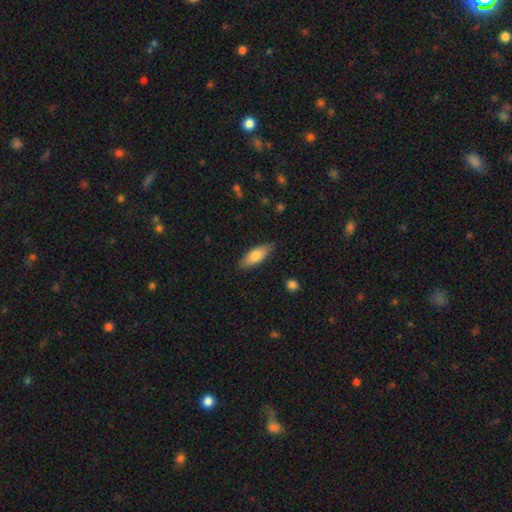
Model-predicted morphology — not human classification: Q: Smooth or featured?
A: smooth (76%); runner-up: featured or disk (18%)
Q: How rounded?
A: in between (70%); runner-up: cigar-shaped (28%)
Q: Merging?
A: none (86%); runner-up: minor disturbance (11%)